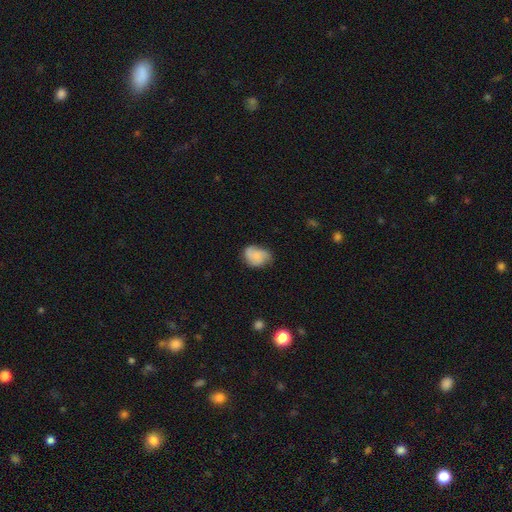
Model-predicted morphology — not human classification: Smooth or featured: smooth — 62% (featured or disk — 29%)
How rounded: in between — 70% (round — 29%)
Merging: none — 52% (minor disturbance — 34%)